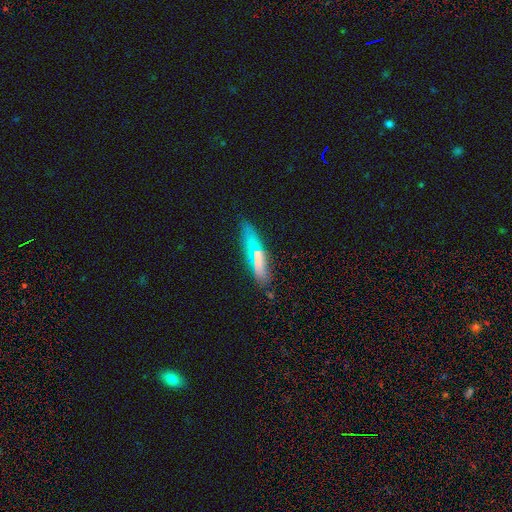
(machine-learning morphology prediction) Smooth or featured: smooth — 61% (featured or disk — 26%)
How rounded: cigar-shaped — 59% (in between — 37%)
Merging: none — 85% (minor disturbance — 11%)